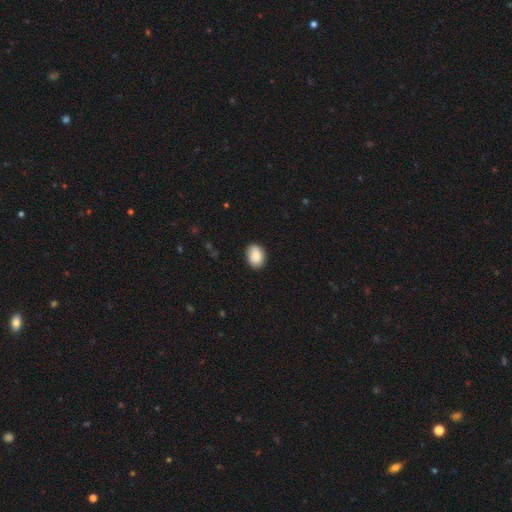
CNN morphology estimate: Smooth or featured? smooth (88%)
How rounded? in between (76%)
Merging? none (86%)